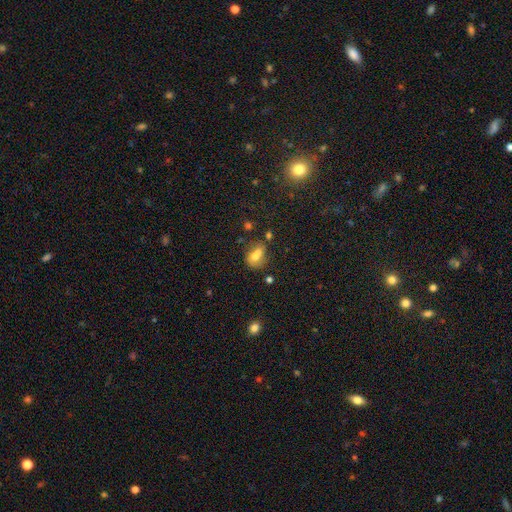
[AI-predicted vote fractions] The model was most divided on "how rounded": in between: 52%, round: 46%, cigar-shaped: 2%. Remaining: smooth or featured — smooth (68%); merging — merger (49%).